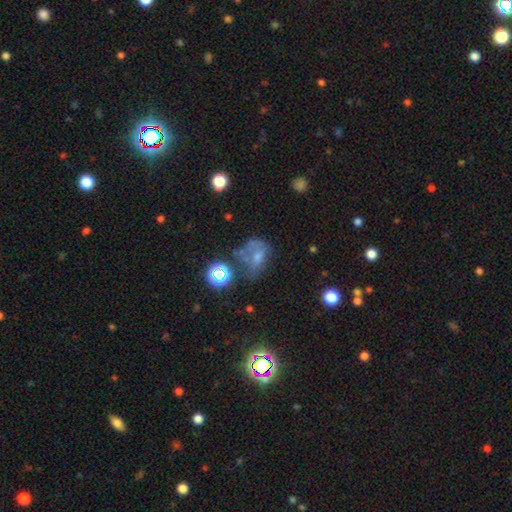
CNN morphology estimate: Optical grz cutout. It shows a smooth galaxy with no disk features (46%). Merging: major disturbance (34%).